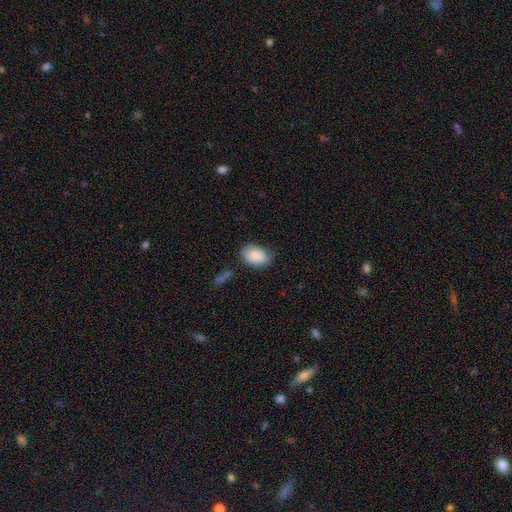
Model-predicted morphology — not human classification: Overall: smooth (87%). How rounded: in between (87%). Merging: none (66%).